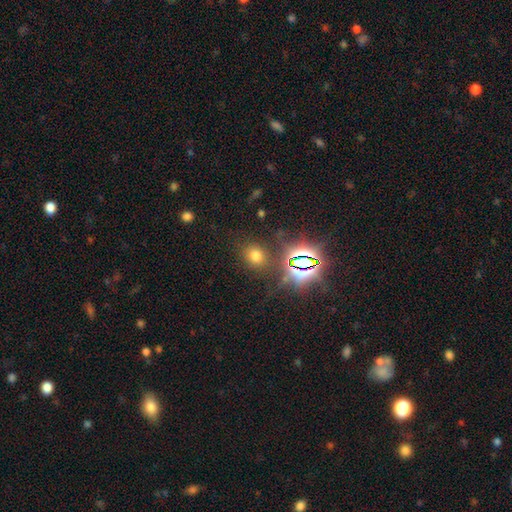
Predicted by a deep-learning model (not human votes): Q: Smooth or featured?
A: smooth (63%); runner-up: star or artifact (30%)
Q: How rounded?
A: round (64%); runner-up: in between (34%)
Q: Merging?
A: none (81%); runner-up: minor disturbance (10%)